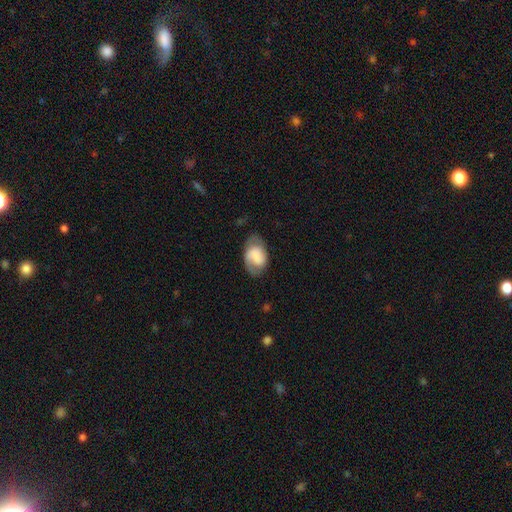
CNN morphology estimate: The model was most divided on "smooth or featured": smooth: 47%, featured or disk: 46%, star or artifact: 8%. More confident: merging — none (57%).